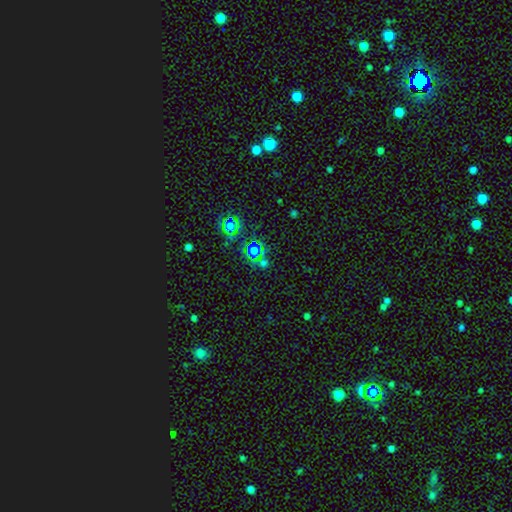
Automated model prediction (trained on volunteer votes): This appears to be a star or artifact, not a galaxy (66%).